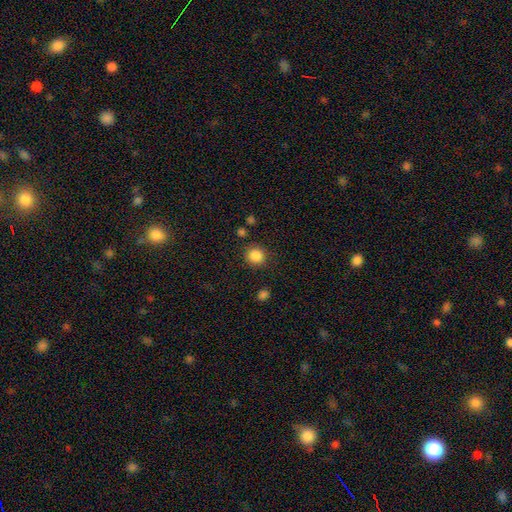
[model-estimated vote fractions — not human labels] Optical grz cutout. It shows a smooth galaxy with no disk features (86%) that is round (89%). Merging: none (86%).